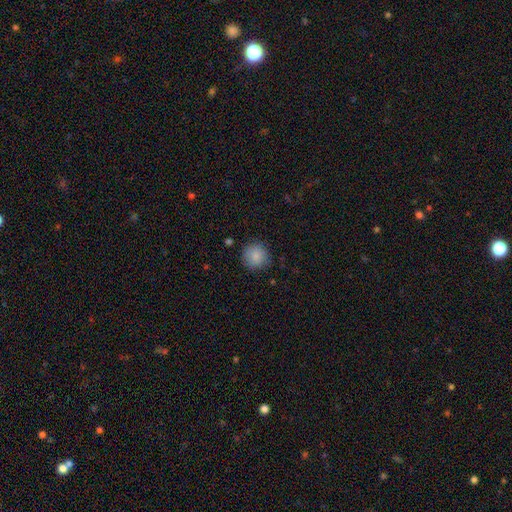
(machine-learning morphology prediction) A smooth galaxy with no disk features (85%) that is round (93%). Merging: none (86%).